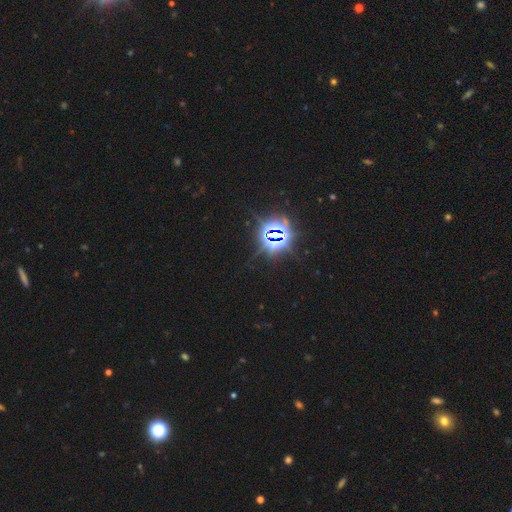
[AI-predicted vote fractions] A star or artifact, not a galaxy (86%).

Vote fractions:
- Smooth or featured? star or artifact: 86% / smooth: 8% / featured or disk: 6%